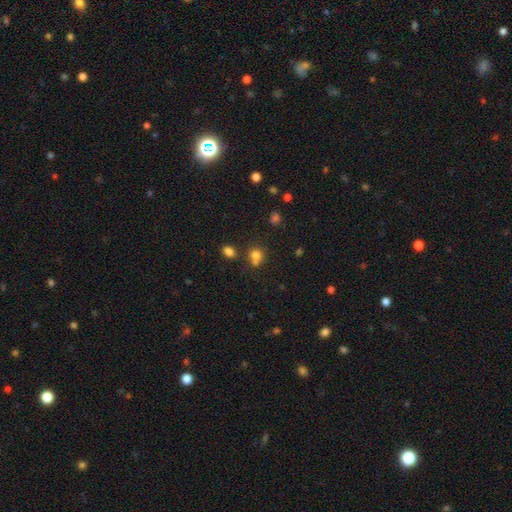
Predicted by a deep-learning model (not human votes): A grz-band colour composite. It shows a smooth galaxy with no disk features (75%) that is round (76%). Merging: none (49%).